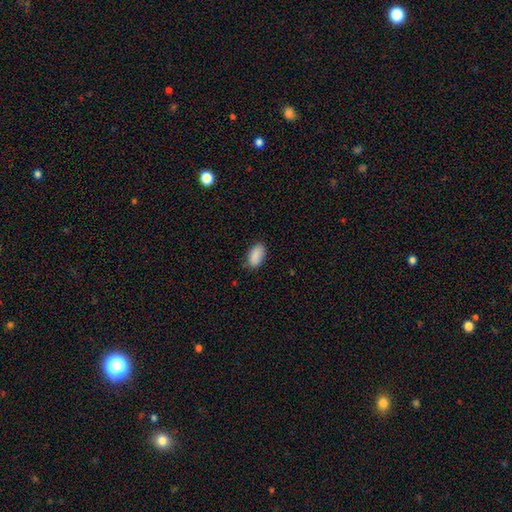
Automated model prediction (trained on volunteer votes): The model was most divided on "merging": none: 81%, minor disturbance: 15%, major disturbance: 3%, merger: 1%. More confident: how rounded — in between (94%); smooth or featured — smooth (89%).